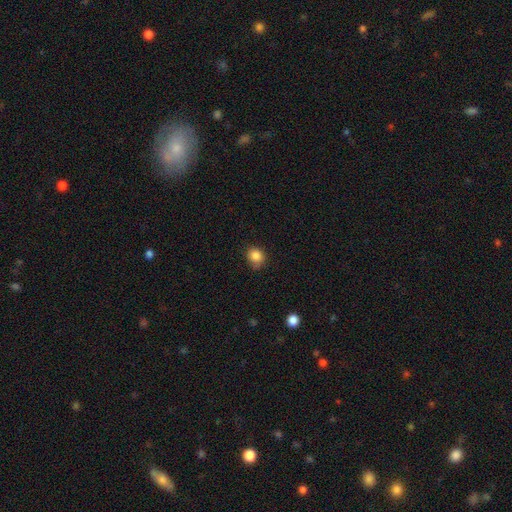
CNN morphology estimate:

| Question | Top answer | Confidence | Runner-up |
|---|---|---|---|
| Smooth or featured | smooth | 85% | star or artifact (10%) |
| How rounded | round | 77% | in between (22%) |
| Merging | none | 67% | minor disturbance (25%) |